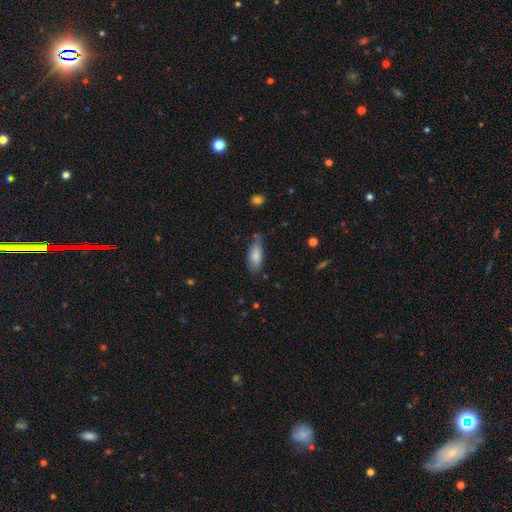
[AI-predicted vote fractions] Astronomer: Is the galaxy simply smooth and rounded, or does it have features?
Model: smooth — 80%.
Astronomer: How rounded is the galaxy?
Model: in between — 79%.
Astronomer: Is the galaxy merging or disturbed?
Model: none — 60%.